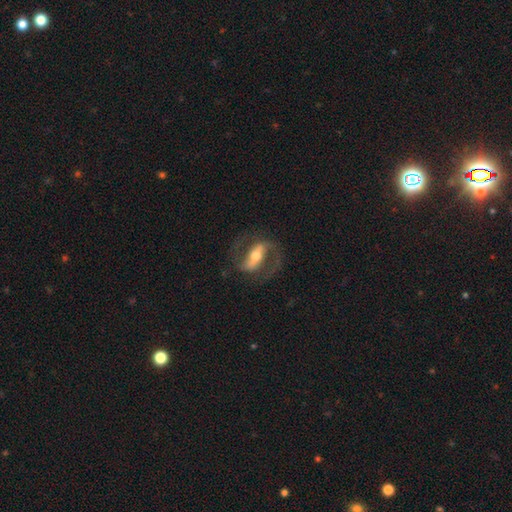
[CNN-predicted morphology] A featured or disk galaxy (83%) with a strong bar (65%), 2 (90%) medium (56%) spiral arms (90%) and a moderate central bulge (64%). Merging: none (75%).